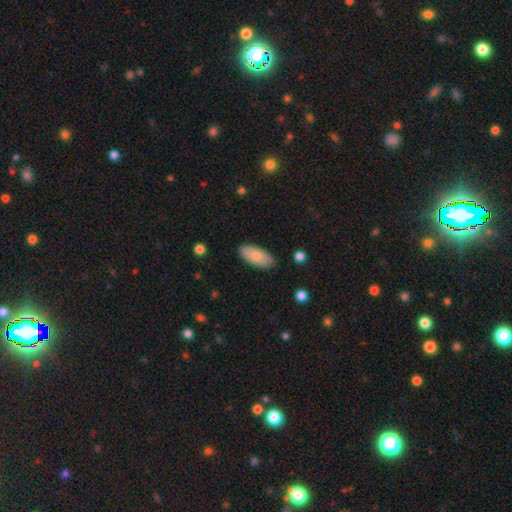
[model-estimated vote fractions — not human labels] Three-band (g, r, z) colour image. It shows a smooth galaxy with no disk features (82%) that is in between round and cigar-shaped (89%). Merging: none (85%).